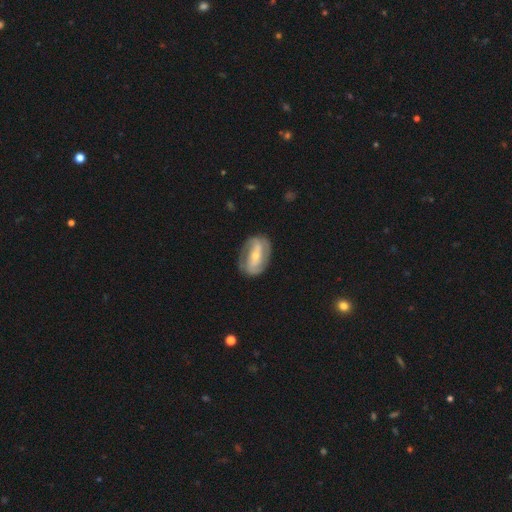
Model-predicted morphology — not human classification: type=featured or disk (79%); edge-on=no (95%); bar=strong (49%); spiral arms=yes (85%); winding=tight (42%); arm count=2 (77%); bulge=small (53%); merging=none (78%).